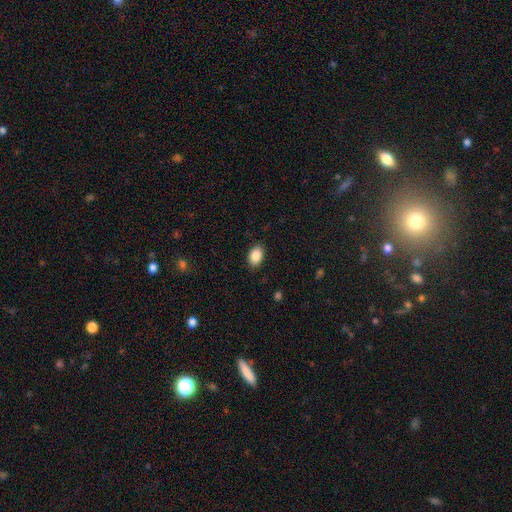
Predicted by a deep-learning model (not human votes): Smooth or featured? Predicted: smooth (p=0.88). How rounded? Predicted: in between (p=0.84). Merging? Predicted: none (p=0.88).